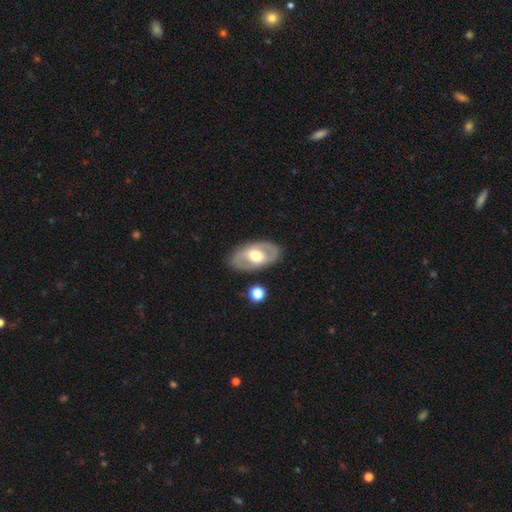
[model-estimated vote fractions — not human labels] A featured or disk galaxy (63%) with no bar (59%), no spiral arms (54%) and a moderate central bulge (64%).

Vote fractions:
- Smooth or featured? featured or disk: 63% / smooth: 32% / star or artifact: 5%
- Edge-on disk? no: 90% / yes: 10%
- Bar? no: 59% / weak: 29% / strong: 12%
- Spiral arms? no: 54% / yes: 46%
- Bulge size? moderate: 64% / large: 24% / small: 9% / dominant: 2% / none: 1%
- Merging? none: 84% / minor disturbance: 11% / major disturbance: 4% / merger: 2%